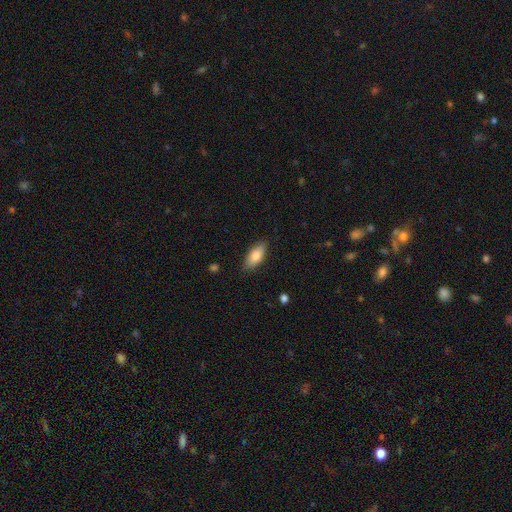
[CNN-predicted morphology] A smooth galaxy with no disk features (80%) that is in between round and cigar-shaped (83%).

Vote fractions:
- Smooth or featured? smooth: 80% / featured or disk: 13% / star or artifact: 6%
- How rounded? in between: 83% / cigar-shaped: 14% / round: 2%
- Merging? none: 86% / minor disturbance: 11% / major disturbance: 2% / merger: 1%